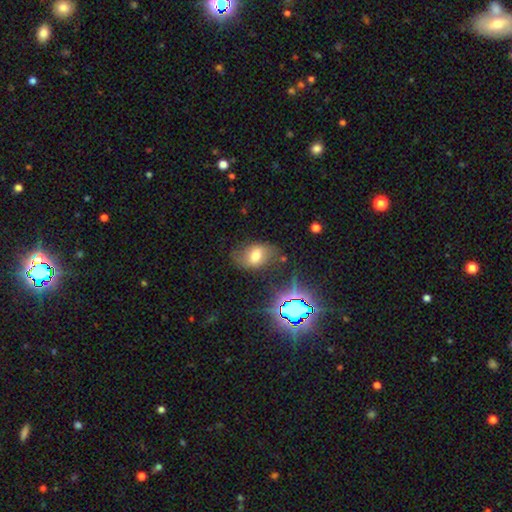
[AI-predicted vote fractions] Overall: smooth (51%; featured or disk 31%). How rounded: in between (81%). Merging: none (67%).